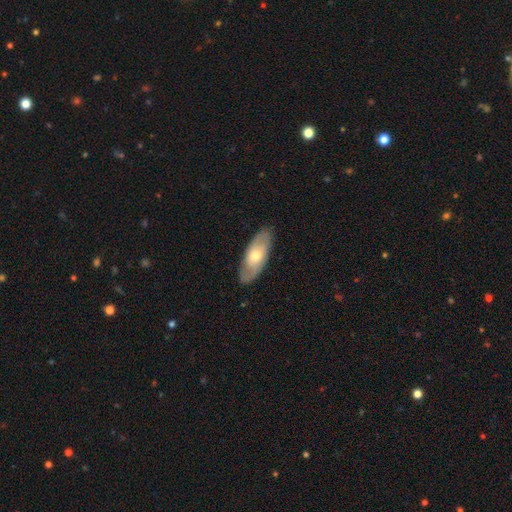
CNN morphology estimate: This is possibly a featured or disk galaxy (53%). It is likely not viewed edge-on (80%). Merging: clearly none (85%).